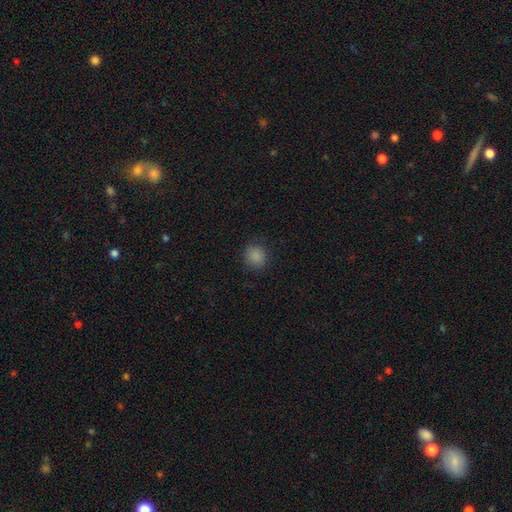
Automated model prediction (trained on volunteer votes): smooth_or_featured: smooth (p=0.87) [alt: star or artifact p=0.10]
how_rounded: round (p=0.87) [alt: in between p=0.12]
merging: none (p=0.87) [alt: minor disturbance p=0.09]